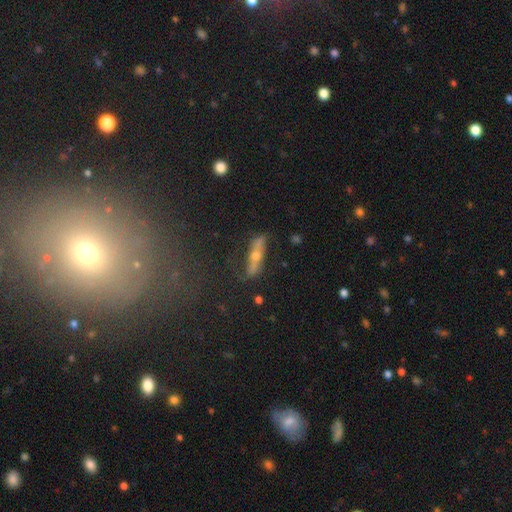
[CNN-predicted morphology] smooth-or-featured: featured or disk: 59% | smooth: 30% | star or artifact: 11%
  disk-edge-on: yes: 66% | no: 34%
  merging: none: 73% | minor disturbance: 17% | major disturbance: 7% | merger: 4%